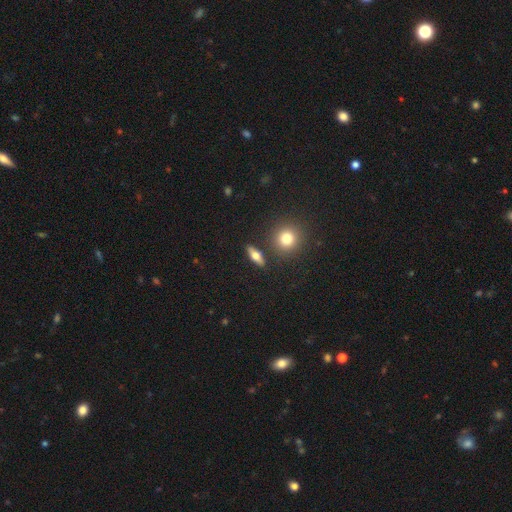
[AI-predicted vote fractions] A smooth galaxy with no disk features (53%) that is in between round and cigar-shaped (47%). Merging: none (86%).